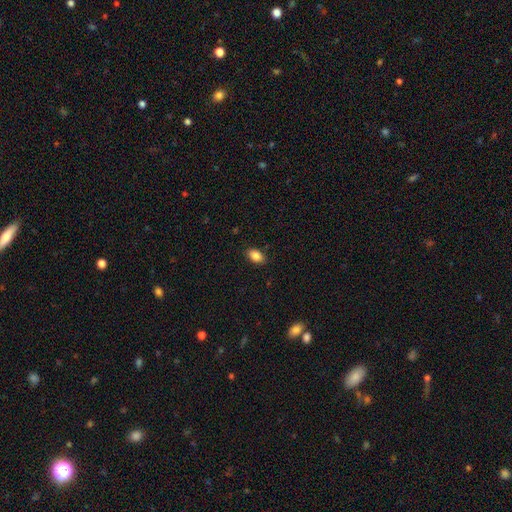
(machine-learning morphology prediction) Smooth or featured? smooth (86%)
How rounded? in between (88%)
Merging? none (87%)